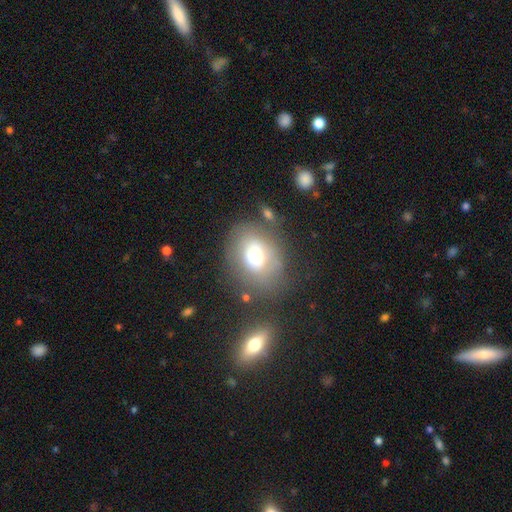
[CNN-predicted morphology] A smooth galaxy with no disk features (66%) that is in between round and cigar-shaped (64%).

Vote fractions:
- Smooth or featured? smooth: 66% / featured or disk: 24% / star or artifact: 10%
- How rounded? in between: 64% / round: 35% / cigar-shaped: 1%
- Merging? none: 62% / minor disturbance: 19% / major disturbance: 9% / merger: 9%